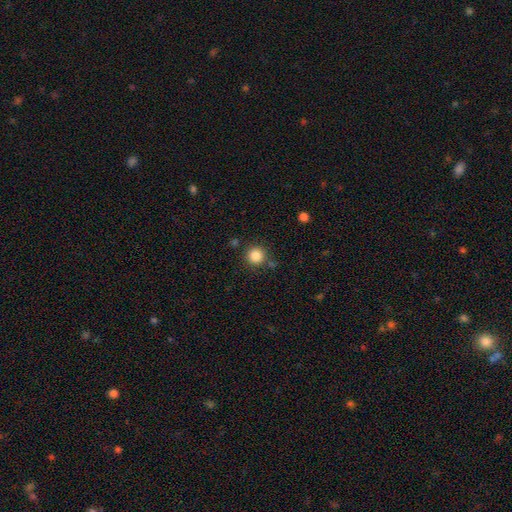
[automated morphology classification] This appears to be a smooth galaxy with no disk features (85%) that is round (94%). Merging: none (84%).